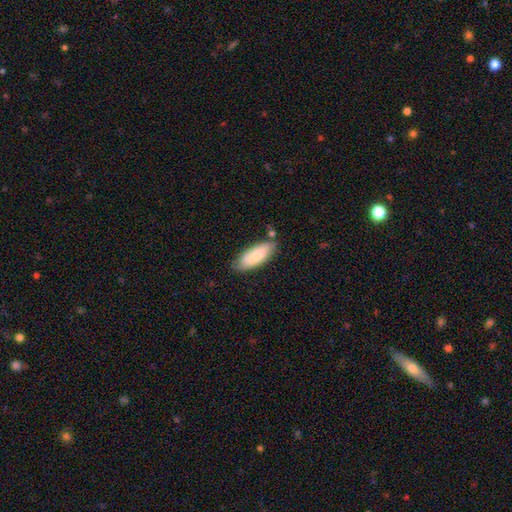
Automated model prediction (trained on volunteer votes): Morphology: type=smooth (77%); roundness=in between (73%); merging=none (70%).